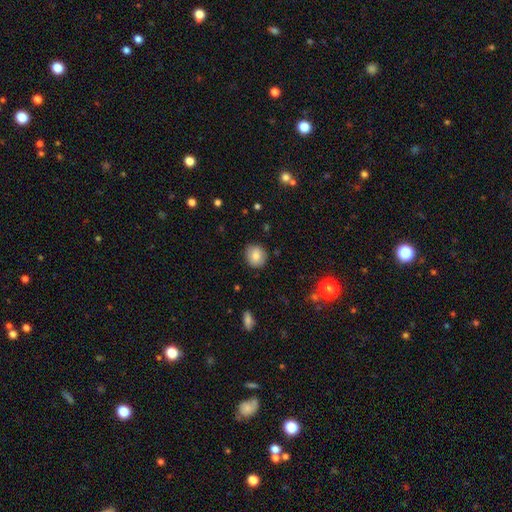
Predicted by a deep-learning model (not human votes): smooth 80%, featured or disk 11%, star or artifact 9%. Down the decision tree: how rounded — round (83%); merging — none (88%).